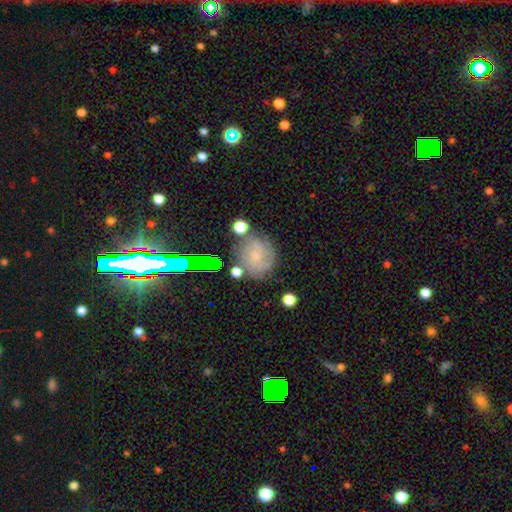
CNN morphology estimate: type=featured or disk (51%); edge-on=no (97%); merging=none (69%).